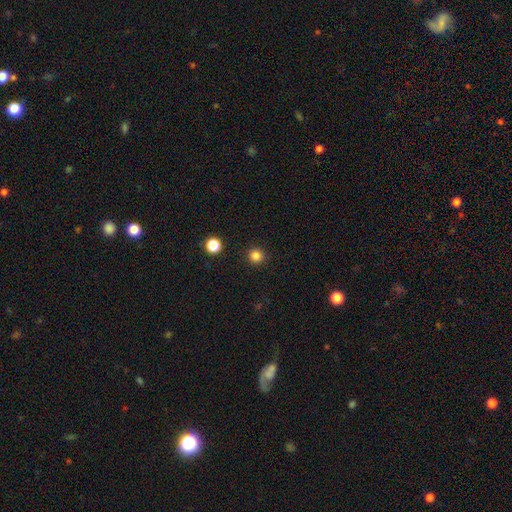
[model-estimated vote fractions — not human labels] Smooth or featured? smooth (84%)
How rounded? round (95%)
Merging? none (92%)